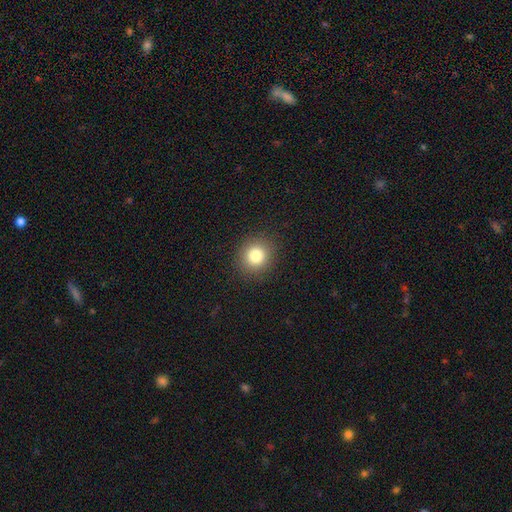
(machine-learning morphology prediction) Q: Smooth or featured?
A: smooth (81%); runner-up: star or artifact (12%)
Q: How rounded?
A: round (87%); runner-up: in between (12%)
Q: Merging?
A: none (90%); runner-up: minor disturbance (7%)